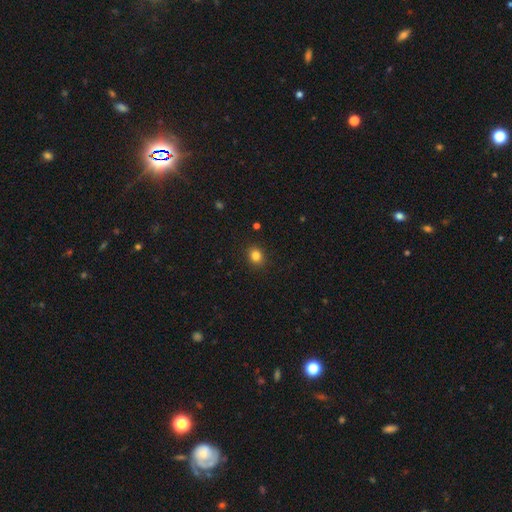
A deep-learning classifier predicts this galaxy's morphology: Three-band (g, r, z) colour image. It shows a smooth galaxy with no disk features (83%) that is round (70%). Merging: none (90%).